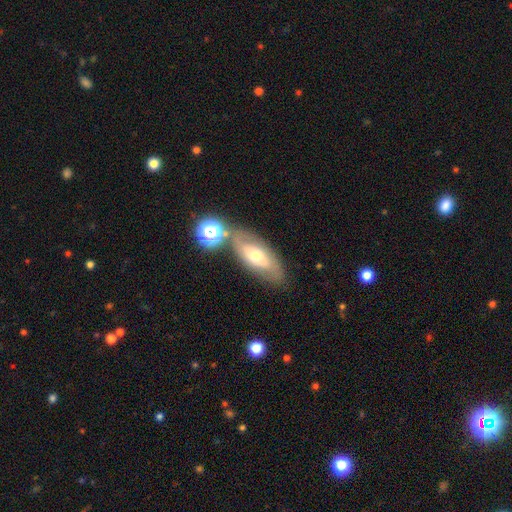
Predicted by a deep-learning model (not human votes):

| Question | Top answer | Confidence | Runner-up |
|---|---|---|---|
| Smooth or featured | smooth | 46% | featured or disk (44%) |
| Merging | none | 62% | minor disturbance (17%) |